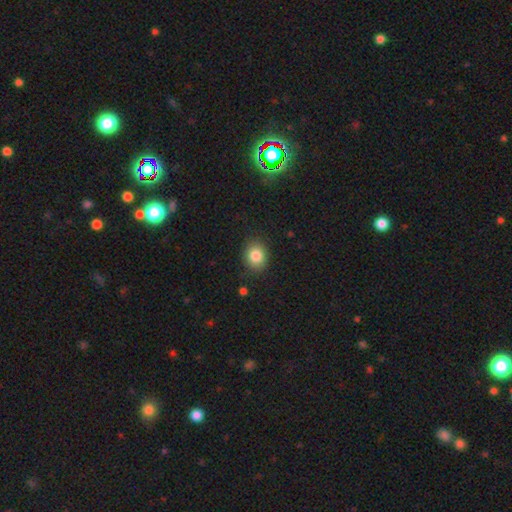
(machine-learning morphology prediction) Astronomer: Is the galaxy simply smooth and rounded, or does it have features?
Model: smooth — 84%.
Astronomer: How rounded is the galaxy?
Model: round — 61% (runner-up: in between, 39%).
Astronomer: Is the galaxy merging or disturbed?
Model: none — 86%.